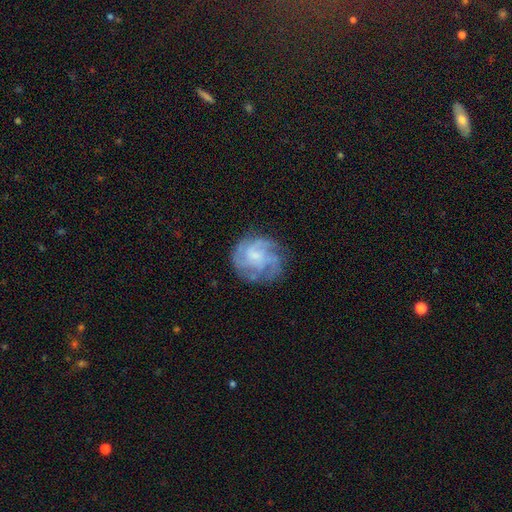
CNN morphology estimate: smooth-or-featured: featured or disk: 75% | smooth: 17% | star or artifact: 8%
  disk-edge-on: no: 98% | yes: 2%
    bar: no: 61% | weak: 34% | strong: 5%
    has-spiral-arms: yes: 92% | no: 8%
      spiral-winding: tight: 49% | medium: 37% | loose: 13%
      spiral-arm-count: can't tell: 29% (tied) | 4: 29% (tied) | 3: 18% | more than 4: 10% | 2: 8% | 1: 6%
    bulge-size: small: 37% | moderate: 30% | none: 26% | large: 5% | dominant: 1%
  merging: none: 71% | minor disturbance: 18% | major disturbance: 9% | merger: 1%